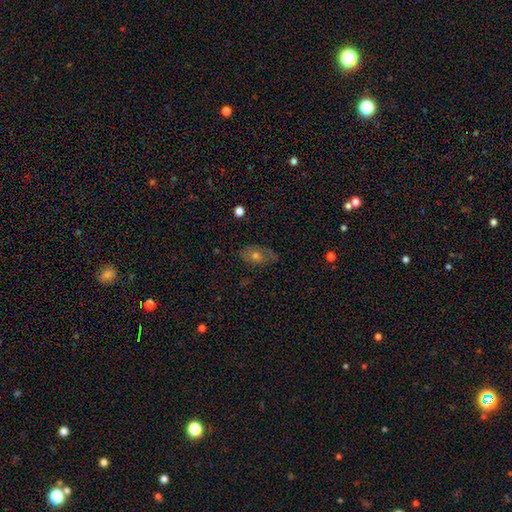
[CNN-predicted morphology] This appears to be a smooth galaxy with no disk features (45%). Merging: none (70%).